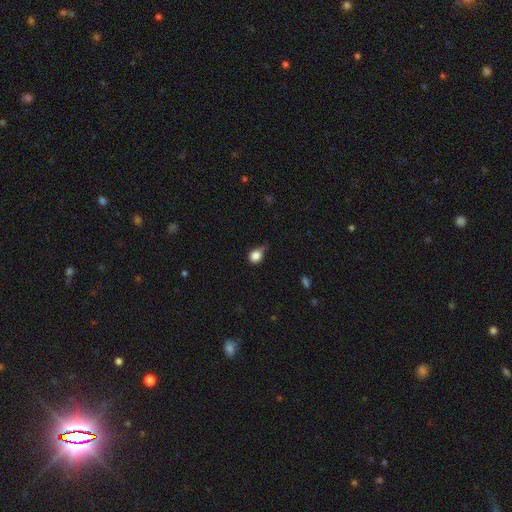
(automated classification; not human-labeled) A smooth galaxy with no disk features (82%) that is round (59%). Merging: minor disturbance (45%).